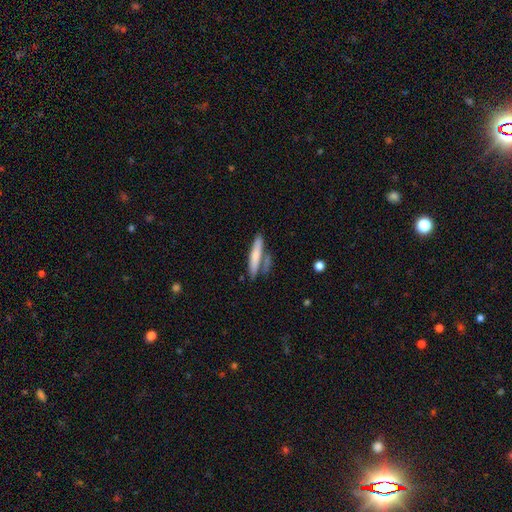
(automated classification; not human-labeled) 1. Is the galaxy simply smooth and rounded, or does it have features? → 69% smooth, 25% featured or disk, 6% star or artifact.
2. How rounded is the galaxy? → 84% cigar-shaped, 14% in between, 2% round.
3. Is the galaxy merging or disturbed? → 62% none, 19% merger, 14% minor disturbance, 5% major disturbance.